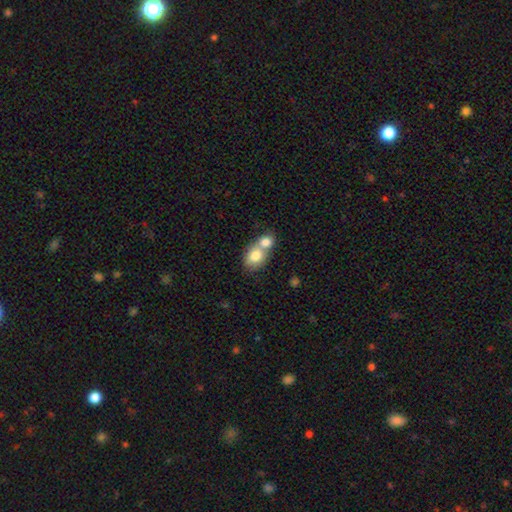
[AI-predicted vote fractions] Smooth or featured? Predicted: smooth (p=0.77). How rounded? Predicted: in between (p=0.56). Merging? Predicted: merger (p=0.68).